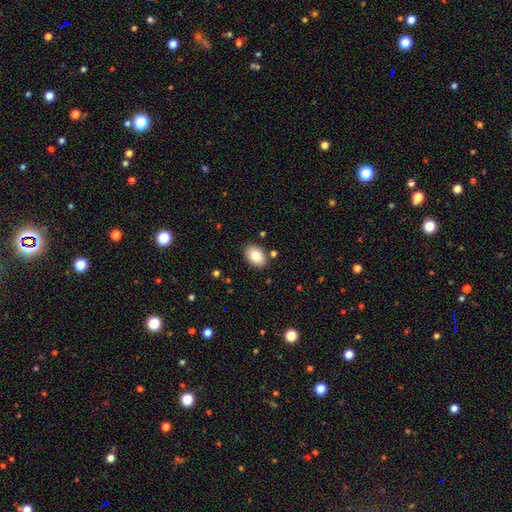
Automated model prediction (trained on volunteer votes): Q: Smooth or featured?
A: smooth (83%); runner-up: featured or disk (9%)
Q: How rounded?
A: in between (82%); runner-up: round (17%)
Q: Merging?
A: none (86%); runner-up: minor disturbance (9%)